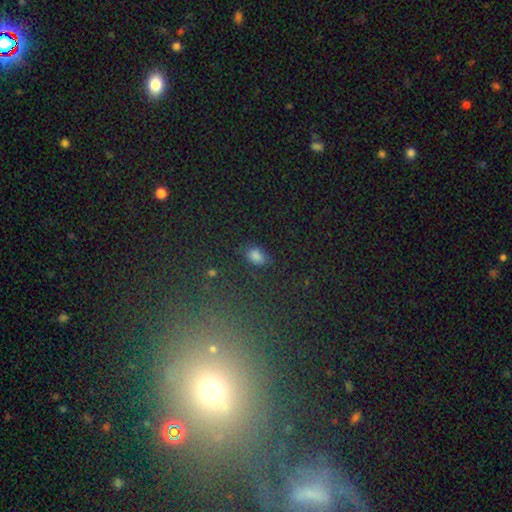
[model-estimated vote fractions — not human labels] Overall: smooth (78%). How rounded: in between (86%). Merging: none (74%).